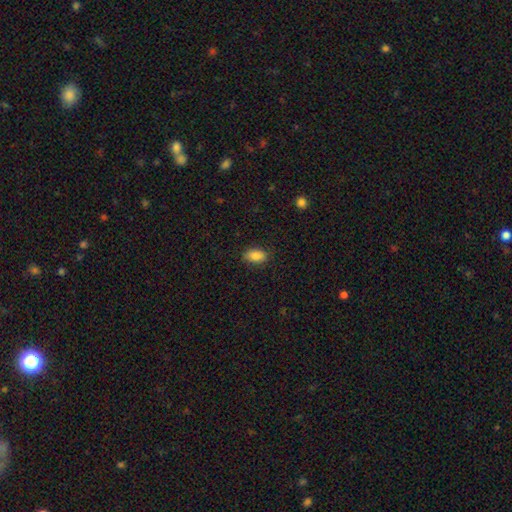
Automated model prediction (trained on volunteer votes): Morphology: type=smooth (87%); roundness=in between (90%); merging=none (86%).